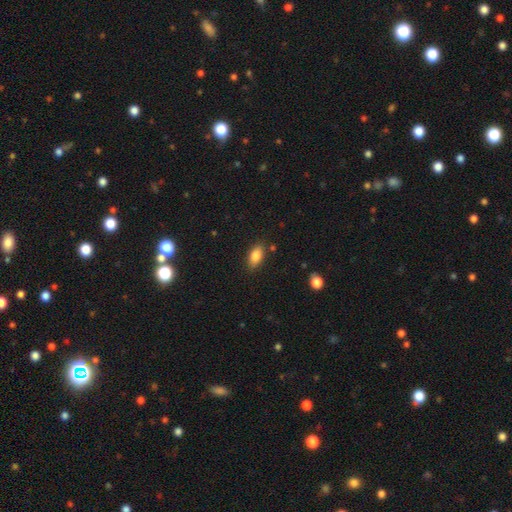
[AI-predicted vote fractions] smooth-or-featured: smooth: 83% | featured or disk: 9% | star or artifact: 8%
  how-rounded: in between: 87% | cigar-shaped: 7% | round: 6%
  merging: none: 84% | minor disturbance: 11% | major disturbance: 3% | merger: 2%